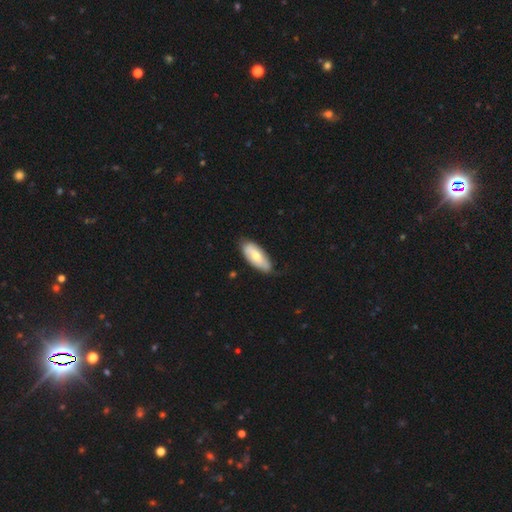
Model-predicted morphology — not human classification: This appears to be a smooth galaxy with no disk features (63%) that is in between round and cigar-shaped (86%). Merging: none (75%).